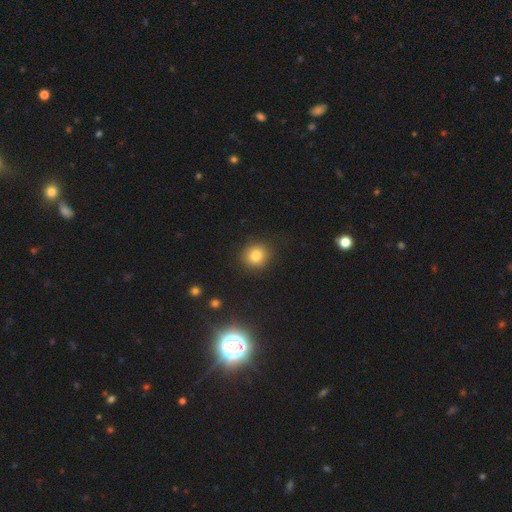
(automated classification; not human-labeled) The model was most divided on "smooth or featured": smooth: 82%, star or artifact: 12%, featured or disk: 7%. More confident: merging — none (89%); how rounded — round (86%).